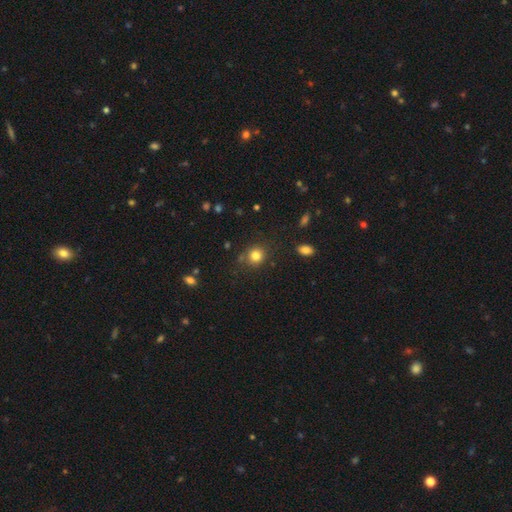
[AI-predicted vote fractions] smooth_or_featured: smooth (p=0.82) [alt: star or artifact p=0.12]
how_rounded: round (p=0.84) [alt: in between p=0.15]
merging: none (p=0.80) [alt: minor disturbance p=0.12]